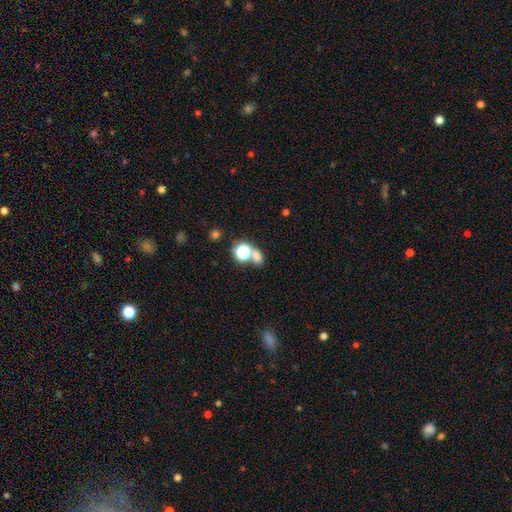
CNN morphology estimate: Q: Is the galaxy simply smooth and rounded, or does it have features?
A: smooth — 65%.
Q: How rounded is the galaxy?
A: round — 51%.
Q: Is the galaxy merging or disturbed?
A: none — 49%.